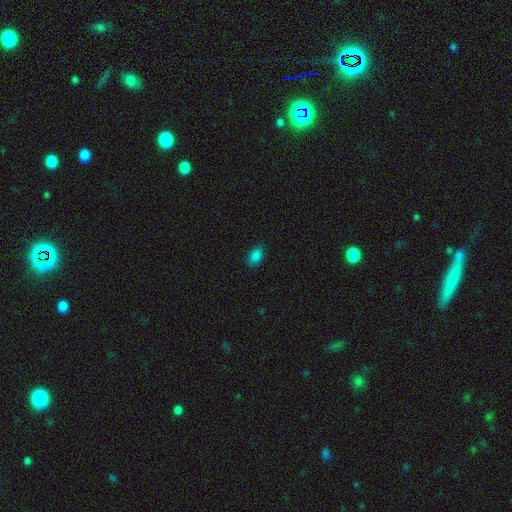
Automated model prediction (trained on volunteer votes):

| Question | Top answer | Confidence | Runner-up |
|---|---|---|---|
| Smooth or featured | smooth | 84% | star or artifact (12%) |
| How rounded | in between | 88% | round (10%) |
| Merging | none | 82% | minor disturbance (14%) |